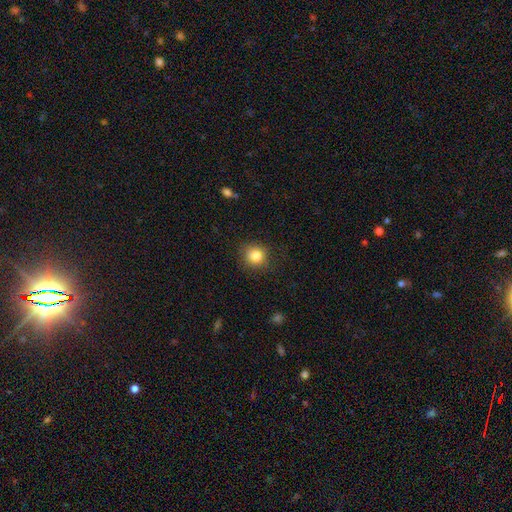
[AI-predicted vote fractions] Smooth or featured? Predicted: smooth (p=0.84). How rounded? Predicted: round (p=0.90). Merging? Predicted: none (p=0.86).